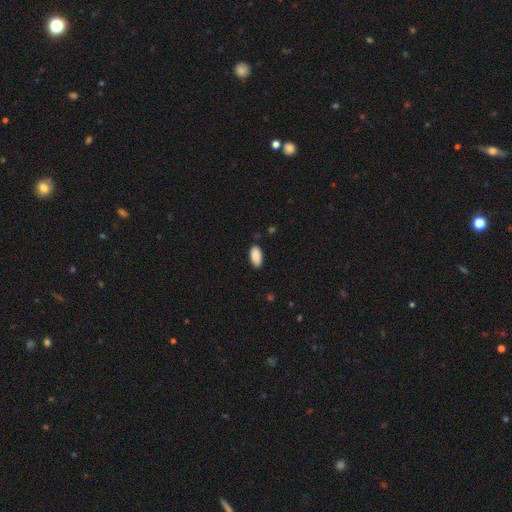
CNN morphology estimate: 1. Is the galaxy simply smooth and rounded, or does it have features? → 89% smooth, 6% star or artifact, 4% featured or disk.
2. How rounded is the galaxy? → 95% in between, 3% cigar-shaped, 2% round.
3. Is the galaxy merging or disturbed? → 84% none, 13% minor disturbance, 2% major disturbance, 1% merger.